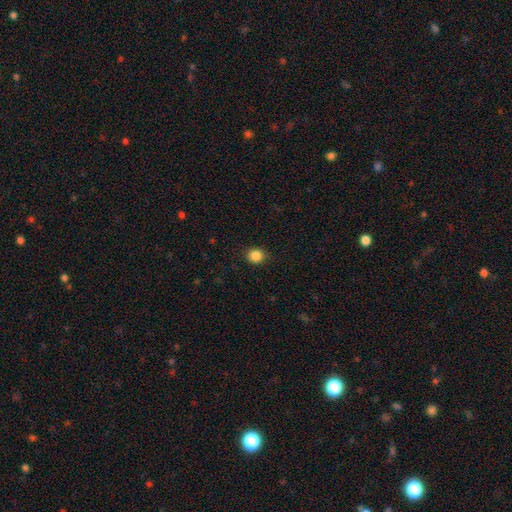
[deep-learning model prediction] Overall: smooth (86%). How rounded: round (84%). Merging: none (88%).